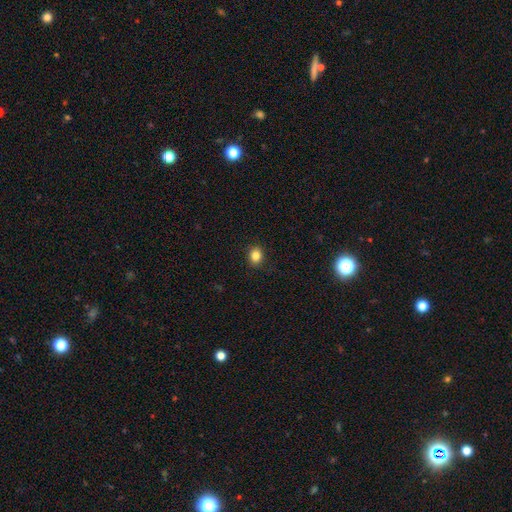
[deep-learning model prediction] Smooth or featured?
  - smooth: 84% *
  - star or artifact: 11%
  - featured or disk: 5%
How rounded?
  - round: 60% *
  - in between: 39%
  - cigar-shaped: 1%
Merging?
  - none: 90% *
  - minor disturbance: 7%
  - major disturbance: 2%
  - merger: 1%